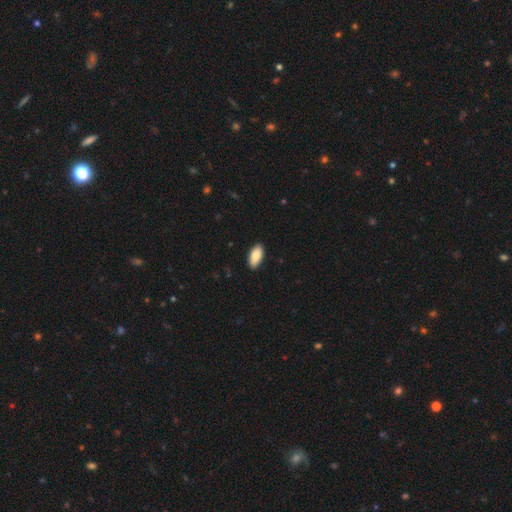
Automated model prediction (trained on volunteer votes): smooth 83%, featured or disk 12%, star or artifact 6%. Down the decision tree: how rounded — in between (93%); merging — none (90%).